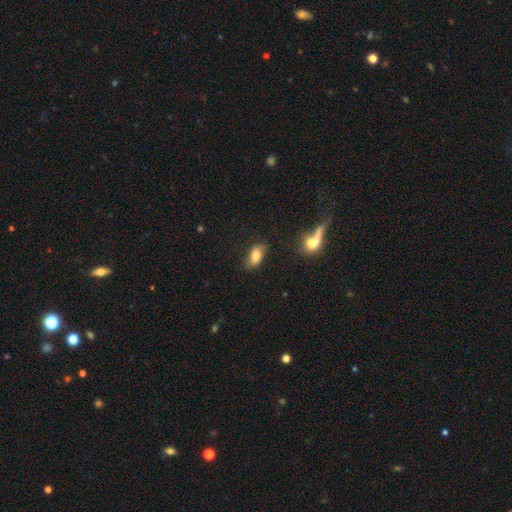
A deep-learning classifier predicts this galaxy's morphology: smooth-or-featured: smooth: 75% | featured or disk: 16% | star or artifact: 9%
  how-rounded: in between: 89% | round: 7% | cigar-shaped: 5%
  merging: none: 71% | minor disturbance: 20% | major disturbance: 6% | merger: 4%